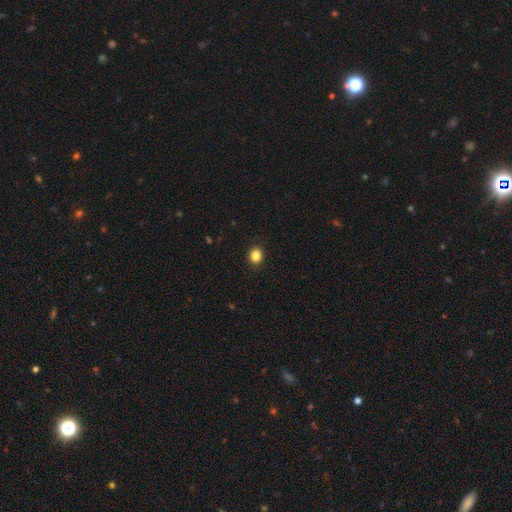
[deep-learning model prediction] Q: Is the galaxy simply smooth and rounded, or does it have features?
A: smooth — 85%.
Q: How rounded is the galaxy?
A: round — 80%.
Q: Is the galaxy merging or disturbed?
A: none — 92%.